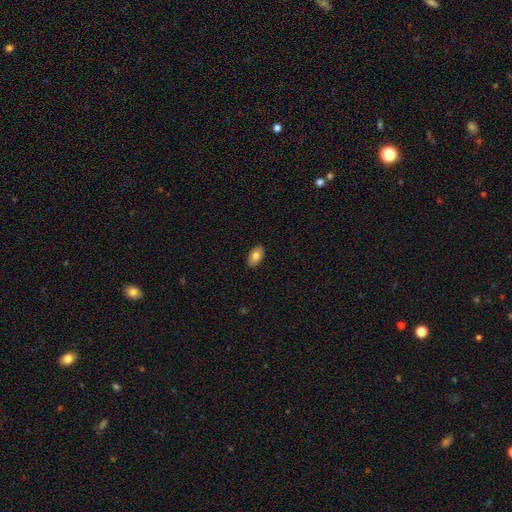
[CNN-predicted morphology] A smooth galaxy with no disk features (82%) that is in between round and cigar-shaped (94%).

Vote fractions:
- Smooth or featured? smooth: 82% / featured or disk: 11% / star or artifact: 7%
- How rounded? in between: 94% / round: 4% / cigar-shaped: 2%
- Merging? none: 89% / minor disturbance: 8% / major disturbance: 2% / merger: 1%